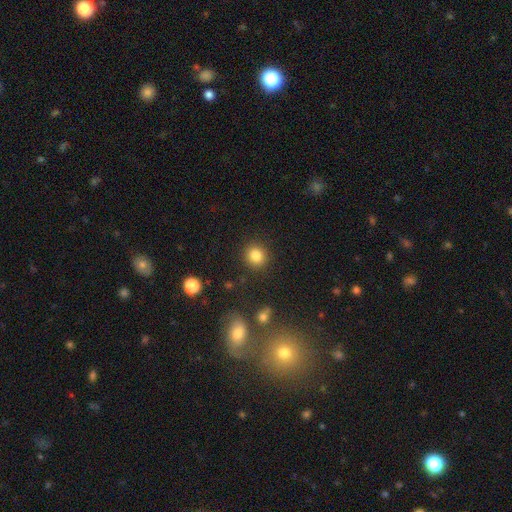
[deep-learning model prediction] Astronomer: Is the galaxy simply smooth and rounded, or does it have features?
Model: smooth — 83%.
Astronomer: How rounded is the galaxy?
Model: round — 88%.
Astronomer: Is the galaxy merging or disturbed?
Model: none — 90%.